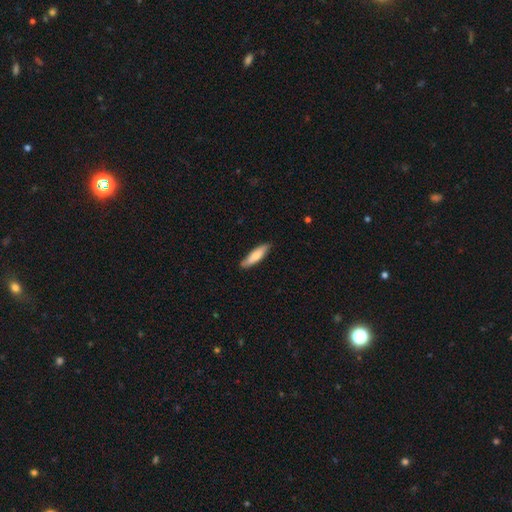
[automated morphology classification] This is likely a smooth galaxy (76%). How rounded: likely cigar-shaped (70%). Merging: clearly none (84%).